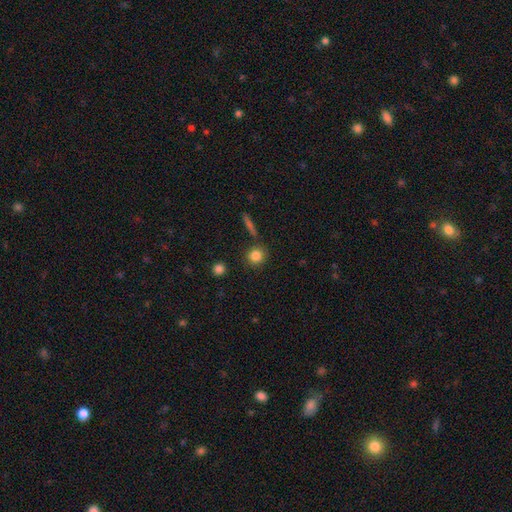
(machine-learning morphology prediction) A smooth galaxy with no disk features (84%) that is round (89%). Merging: none (83%).